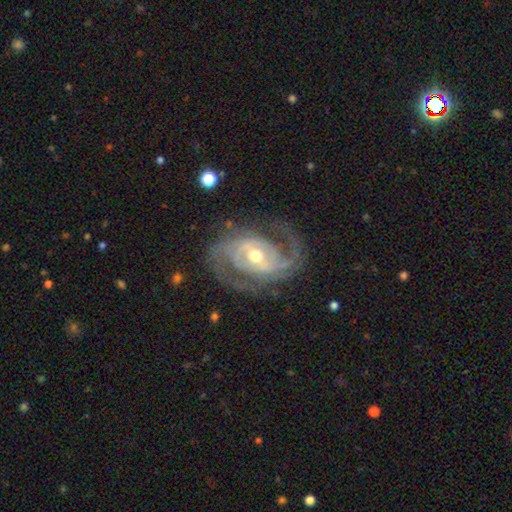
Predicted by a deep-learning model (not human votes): A featured or disk galaxy (90%) with no bar (42%), 2 (67%) medium (46%) spiral arms (96%) and a moderate central bulge (67%). Merging: none (72%).